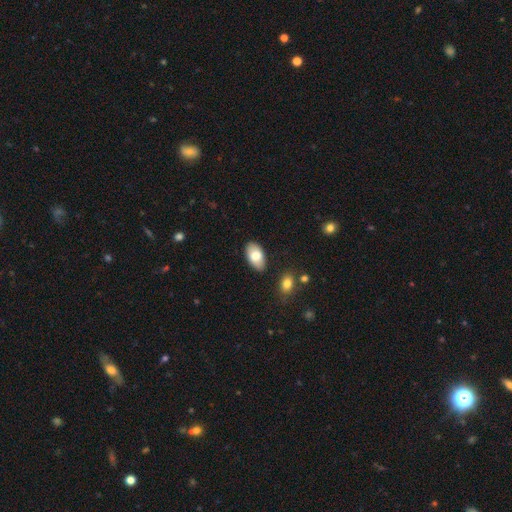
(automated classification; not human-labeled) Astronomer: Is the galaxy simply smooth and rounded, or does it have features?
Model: smooth — 78%.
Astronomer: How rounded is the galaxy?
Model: in between — 95%.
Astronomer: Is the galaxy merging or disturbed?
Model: none — 85%.